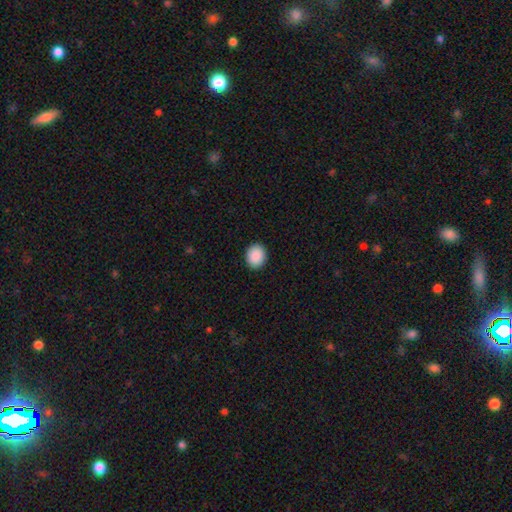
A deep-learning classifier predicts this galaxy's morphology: Q: Smooth or featured?
A: smooth (90%); runner-up: star or artifact (7%)
Q: How rounded?
A: round (66%); runner-up: in between (33%)
Q: Merging?
A: none (92%); runner-up: minor disturbance (6%)